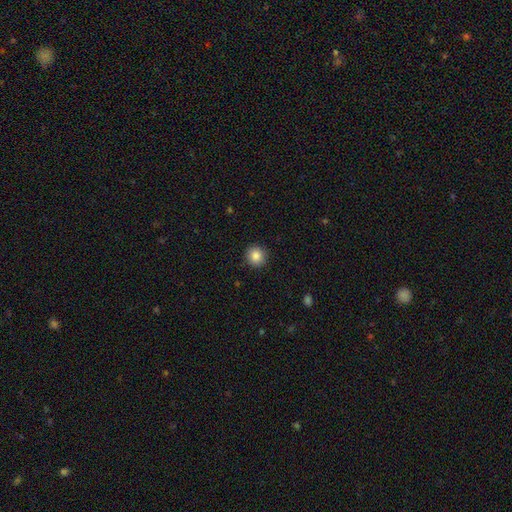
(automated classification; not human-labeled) This appears to be a smooth galaxy with no disk features (86%) that is round (93%). Merging: none (92%).